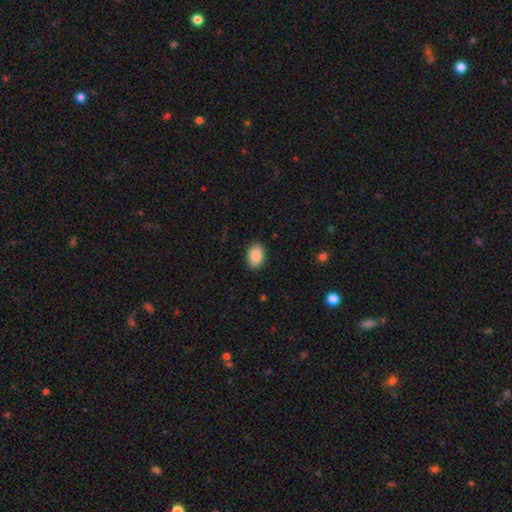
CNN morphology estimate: type=smooth (87%); roundness=in between (84%); merging=none (89%).